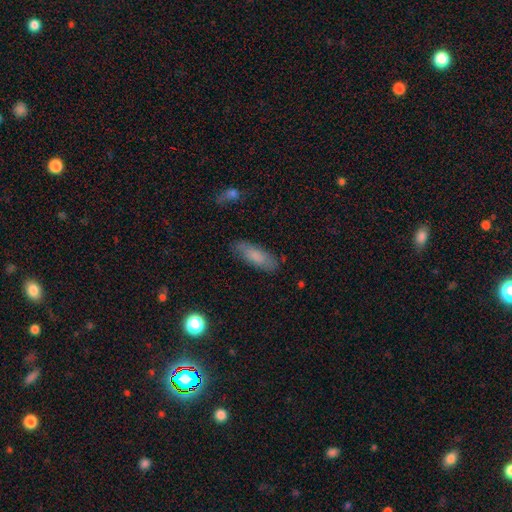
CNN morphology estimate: The model was most divided on "how rounded": in between: 55%, cigar-shaped: 43%, round: 2%. More confident: merging — none (80%); smooth or featured — smooth (78%).